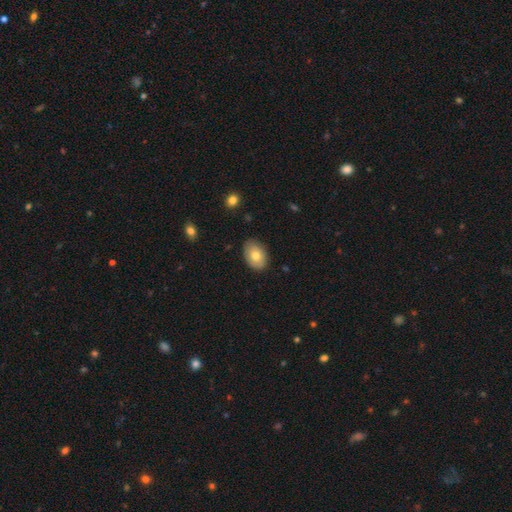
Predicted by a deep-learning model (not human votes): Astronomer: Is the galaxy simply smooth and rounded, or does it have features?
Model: smooth — 76%.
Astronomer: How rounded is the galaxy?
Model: in between — 84%.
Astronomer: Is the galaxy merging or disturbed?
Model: none — 83%.